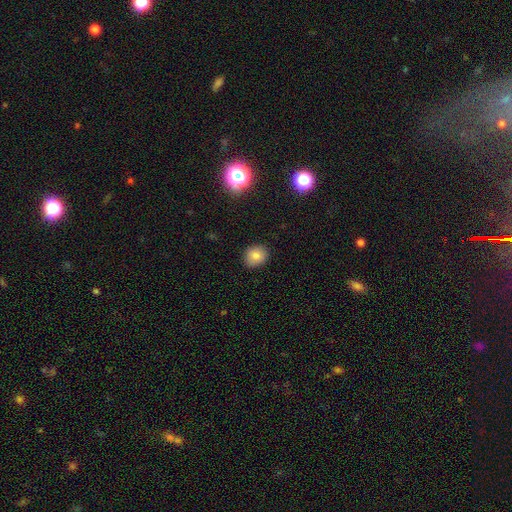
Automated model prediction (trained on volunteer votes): smooth-or-featured: smooth: 80% | star or artifact: 12% | featured or disk: 8%
  how-rounded: round: 67% | in between: 32% | cigar-shaped: 1%
  merging: none: 88% | minor disturbance: 9% | major disturbance: 2% | merger: 1%